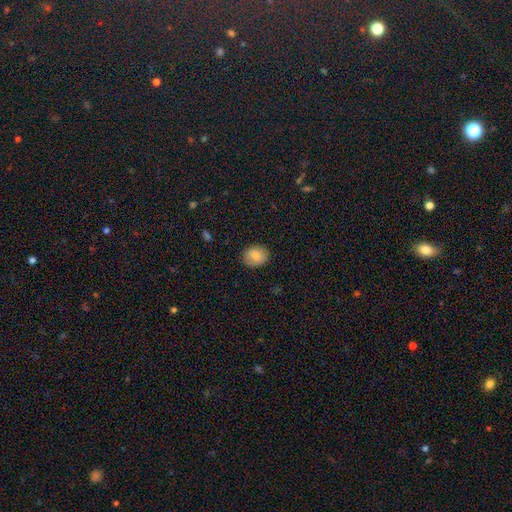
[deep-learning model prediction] A smooth galaxy with no disk features (82%) that is round (52%). Merging: none (87%).